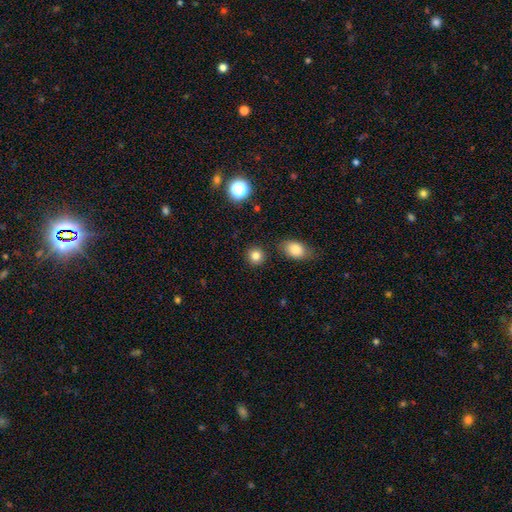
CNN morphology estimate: Smooth or featured? smooth (82%)
How rounded? round (88%)
Merging? none (88%)